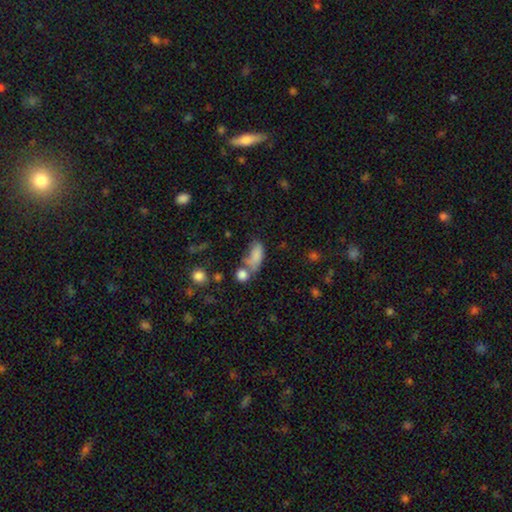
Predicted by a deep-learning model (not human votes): smooth_or_featured: smooth (p=0.78) [alt: featured or disk p=0.12]
how_rounded: in between (p=0.84) [alt: cigar-shaped p=0.11]
merging: none (p=0.34) [alt: merger p=0.32]